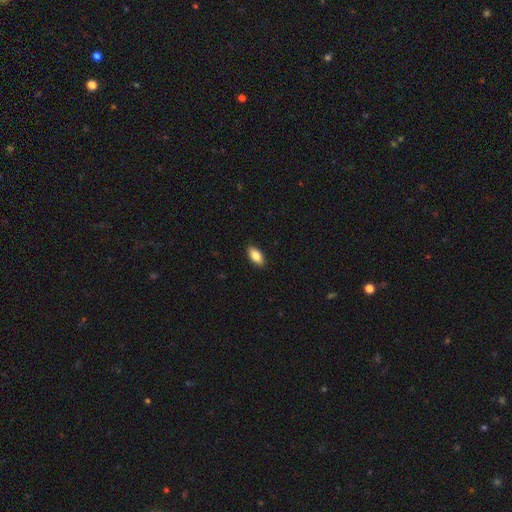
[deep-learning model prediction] Smooth or featured? Predicted: smooth (p=0.83). How rounded? Predicted: in between (p=0.91). Merging? Predicted: none (p=0.90).